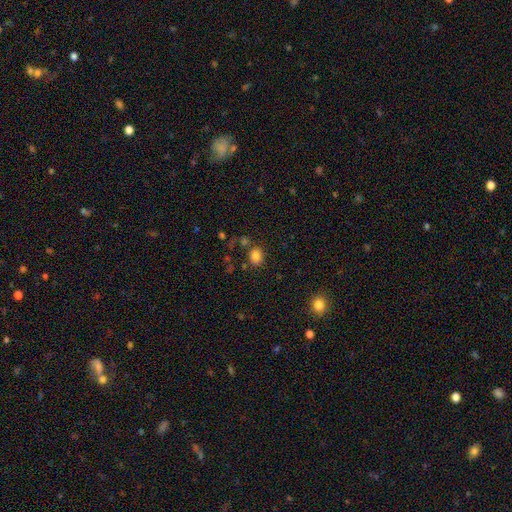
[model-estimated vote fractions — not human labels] smooth-or-featured: smooth: 81% | star or artifact: 12% | featured or disk: 7%
  how-rounded: round: 50% | in between: 49% | cigar-shaped: 1%
  merging: none: 75% | minor disturbance: 12% | merger: 8% | major disturbance: 4%